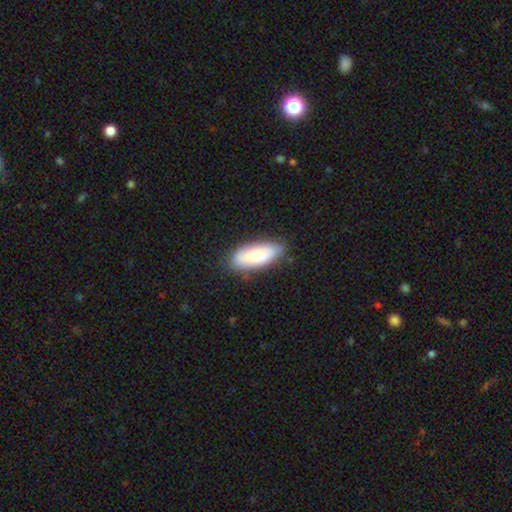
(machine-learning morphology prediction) Smooth or featured?
  - smooth: 69% *
  - featured or disk: 25%
  - star or artifact: 6%
How rounded?
  - in between: 81% *
  - cigar-shaped: 17%
  - round: 2%
Merging?
  - none: 78% *
  - minor disturbance: 17%
  - major disturbance: 4%
  - merger: 2%